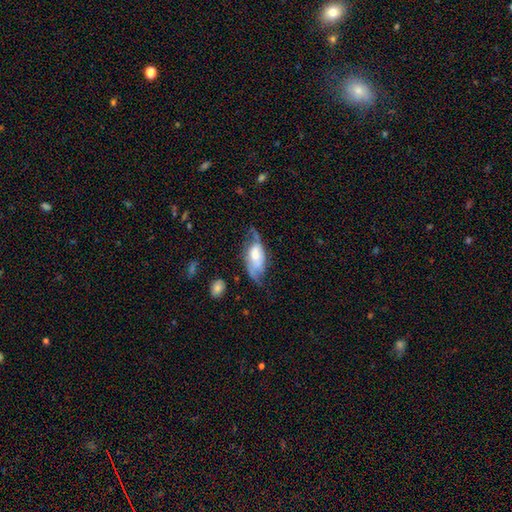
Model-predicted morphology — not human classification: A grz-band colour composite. It shows a featured or disk galaxy (53%). Merging: none (38%).